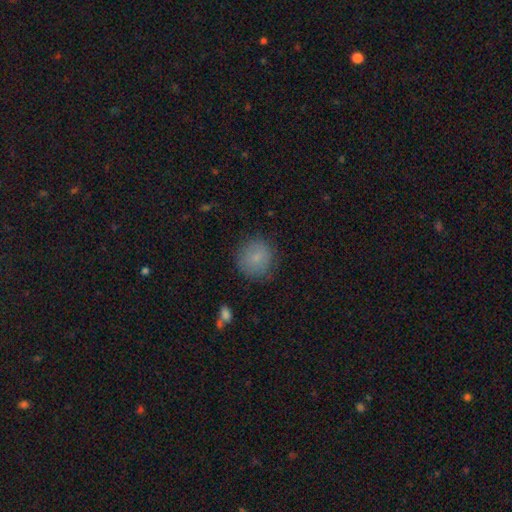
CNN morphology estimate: Smooth or featured? smooth (79%)
How rounded? round (90%)
Merging? none (81%)